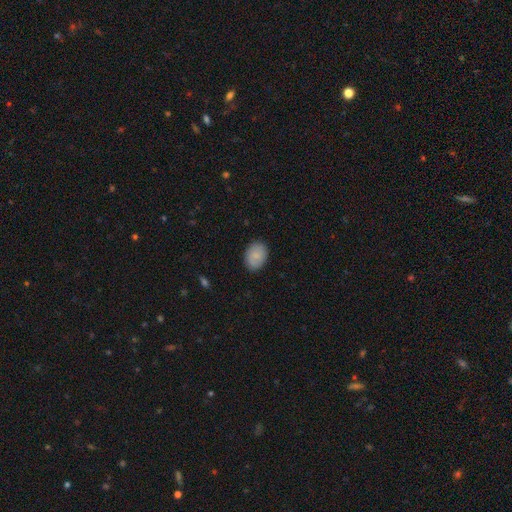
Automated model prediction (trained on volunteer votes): Overall: smooth (84%). How rounded: in between (71%). Merging: none (88%).